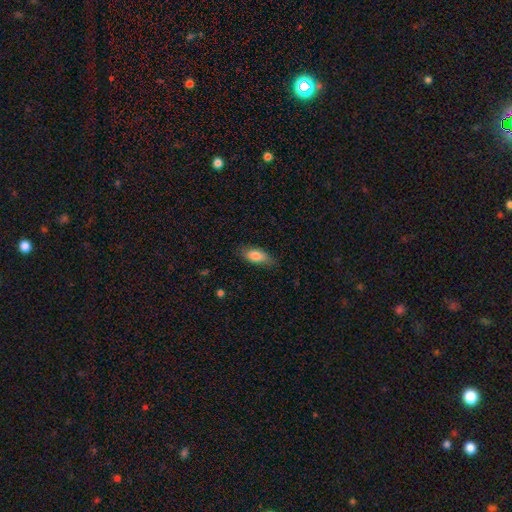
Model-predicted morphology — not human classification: smooth-or-featured: smooth: 81% | featured or disk: 12% | star or artifact: 7%
  how-rounded: in between: 83% | cigar-shaped: 13% | round: 3%
  merging: none: 76% | minor disturbance: 19% | major disturbance: 4% | merger: 1%